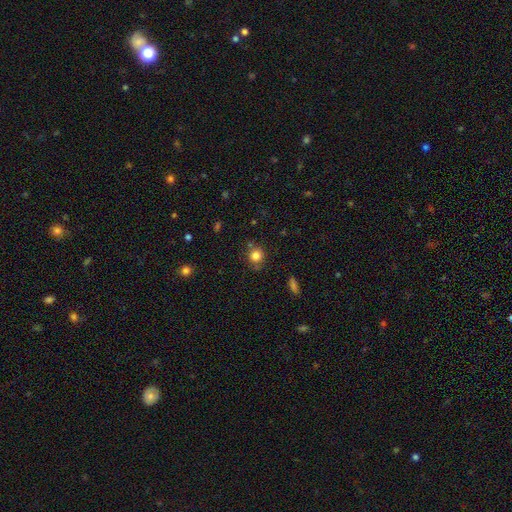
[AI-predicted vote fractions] Overall: smooth (82%). How rounded: round (87%). Merging: none (76%).